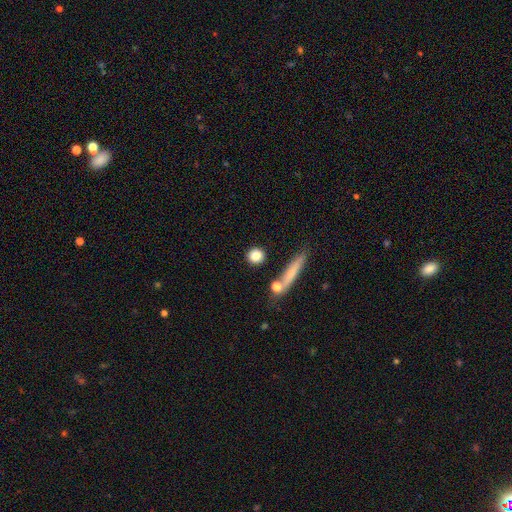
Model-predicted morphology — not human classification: Smooth or featured?
  - smooth: 82% *
  - featured or disk: 9%
  - star or artifact: 9%
How rounded?
  - round: 84% *
  - in between: 11%
  - cigar-shaped: 6%
Merging?
  - none: 82% *
  - minor disturbance: 9%
  - merger: 7%
  - major disturbance: 3%